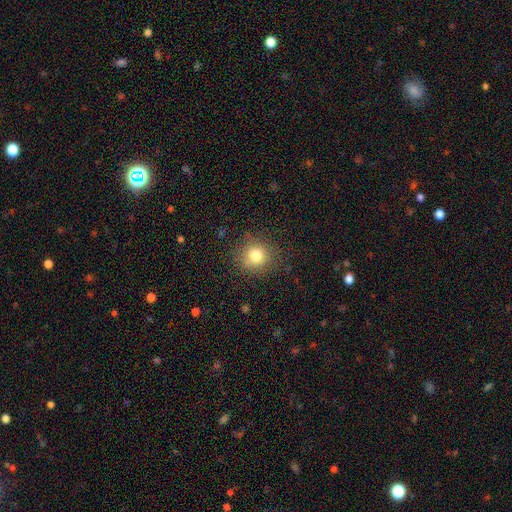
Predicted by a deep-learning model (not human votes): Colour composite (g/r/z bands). It shows a smooth galaxy with no disk features (79%) that is round (88%). Merging: none (83%).